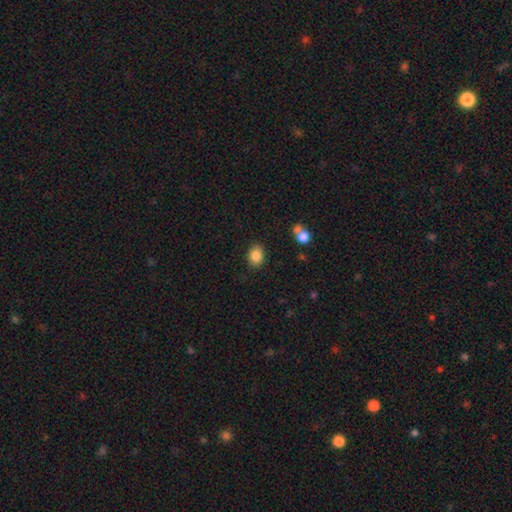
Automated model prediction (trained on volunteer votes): smooth-or-featured: smooth: 86% | star or artifact: 9% | featured or disk: 6%
  how-rounded: in between: 70% | round: 28% | cigar-shaped: 1%
  merging: none: 85% | minor disturbance: 10% | major disturbance: 3% | merger: 2%